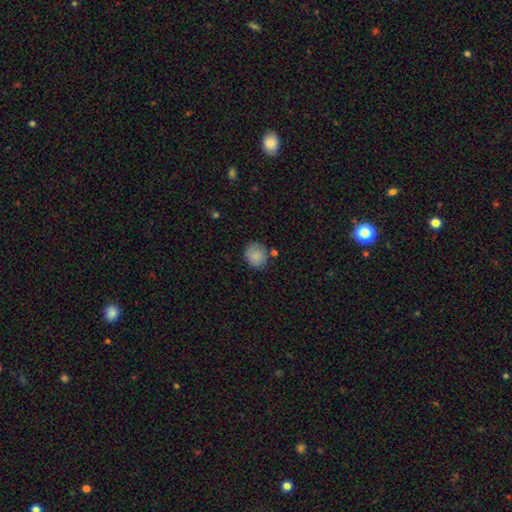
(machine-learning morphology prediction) smooth 86%, star or artifact 8%, featured or disk 6%. Down the decision tree: how rounded — round (68%); merging — none (75%).